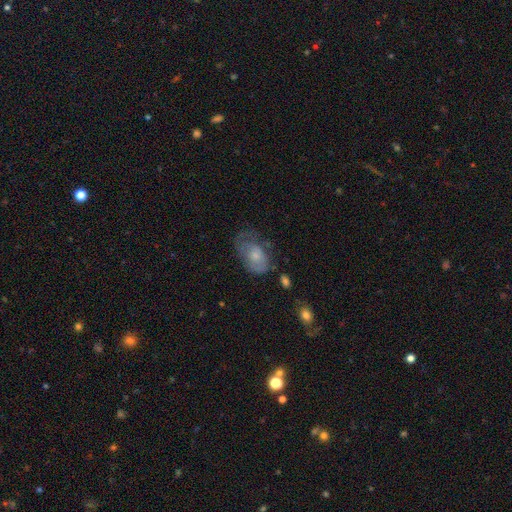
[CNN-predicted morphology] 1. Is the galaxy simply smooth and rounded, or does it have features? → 57% smooth, 35% featured or disk, 8% star or artifact.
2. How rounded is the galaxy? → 85% in between, 13% round, 2% cigar-shaped.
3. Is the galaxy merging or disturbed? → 34% none, 31% minor disturbance, 31% major disturbance, 3% merger.